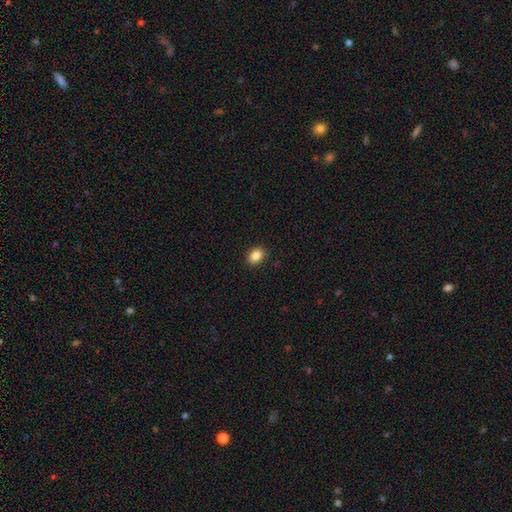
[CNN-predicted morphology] smooth-or-featured: smooth: 86% | star or artifact: 9% | featured or disk: 5%
  how-rounded: in between: 69% | round: 30% | cigar-shaped: 1%
  merging: none: 90% | minor disturbance: 7% | major disturbance: 2% | merger: 1%